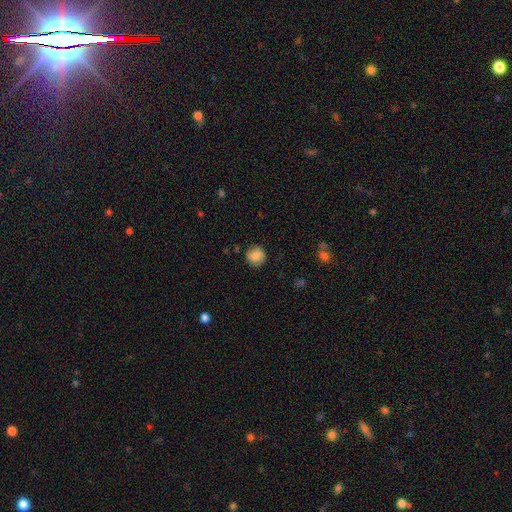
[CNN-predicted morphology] A smooth galaxy with no disk features (85%) that is round (90%).

Vote fractions:
- Smooth or featured? smooth: 85% / star or artifact: 8% / featured or disk: 6%
- How rounded? round: 90% / in between: 9% / cigar-shaped: 1%
- Merging? none: 85% / minor disturbance: 11% / major disturbance: 3% / merger: 1%